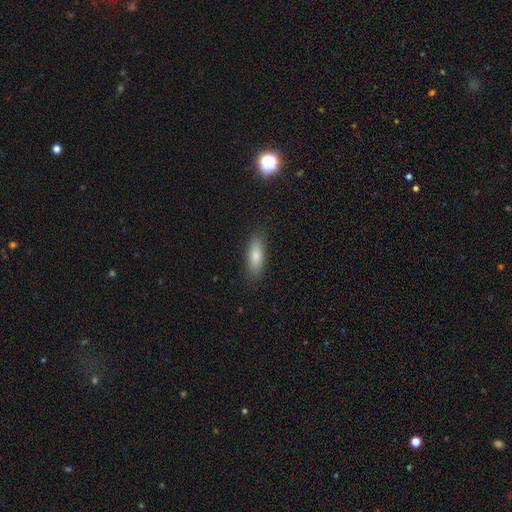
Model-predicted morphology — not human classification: Overall: smooth (81%). How rounded: in between (56%; cigar-shaped 42%). Merging: none (86%).